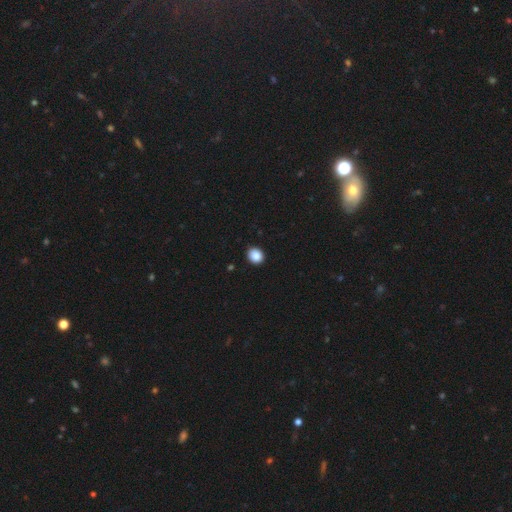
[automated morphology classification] smooth-or-featured: smooth: 89% | star or artifact: 9% | featured or disk: 2%
  how-rounded: round: 73% | in between: 26% | cigar-shaped: 1%
  merging: none: 92% | minor disturbance: 6% | major disturbance: 2% | merger: 1%